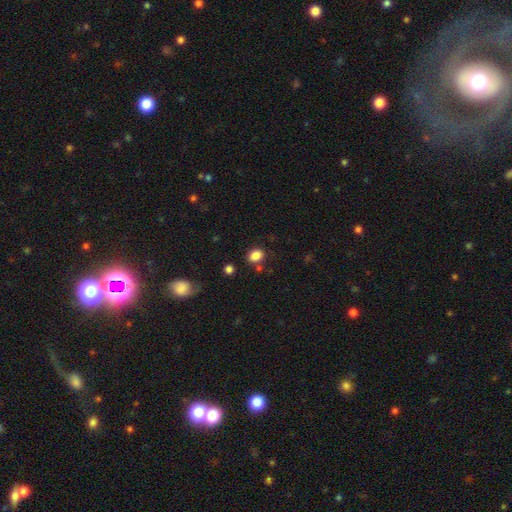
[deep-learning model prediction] Overall: smooth (85%). How rounded: in between (64%; round 35%). Merging: none (78%).